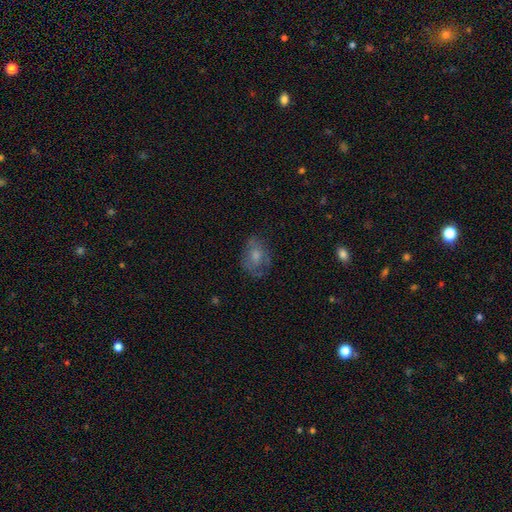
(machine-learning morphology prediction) This is possibly a smooth galaxy (54%). How rounded: likely in between (67%). Merging: possibly none (58%).